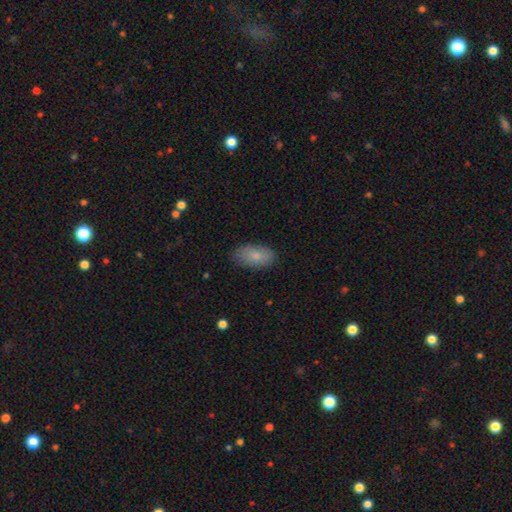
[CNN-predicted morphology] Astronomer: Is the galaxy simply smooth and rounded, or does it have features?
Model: smooth — 82%.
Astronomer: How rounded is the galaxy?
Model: in between — 93%.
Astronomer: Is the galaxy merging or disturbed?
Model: none — 83%.